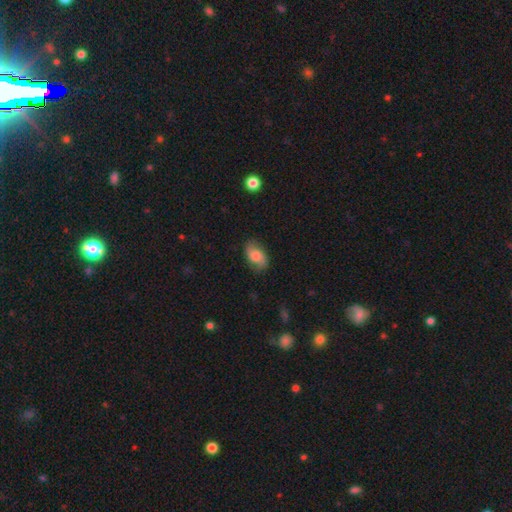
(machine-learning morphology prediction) A smooth galaxy with no disk features (66%) that is in between round and cigar-shaped (89%). Merging: none (73%).